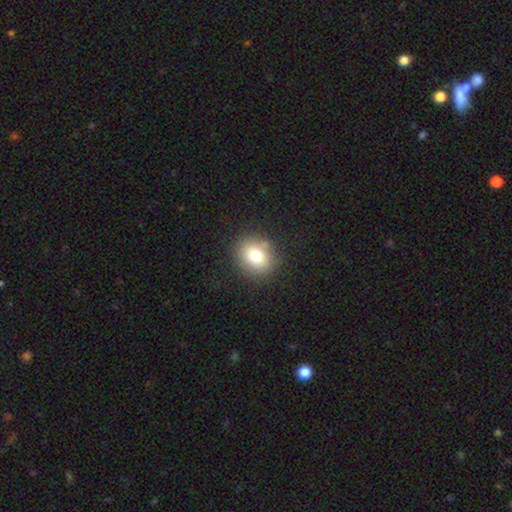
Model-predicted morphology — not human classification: The model was most divided on "how rounded": round: 65%, in between: 34%, cigar-shaped: 1%. More confident: merging — none (82%); smooth or featured — smooth (78%).